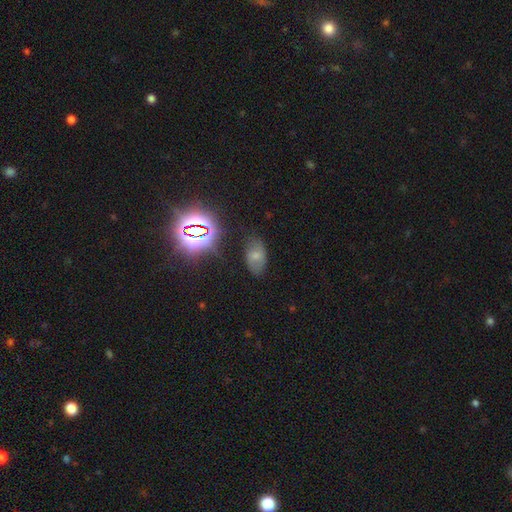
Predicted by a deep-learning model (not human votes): Q: Smooth or featured?
A: smooth (59%); runner-up: star or artifact (20%)
Q: How rounded?
A: in between (91%); runner-up: round (7%)
Q: Merging?
A: none (70%); runner-up: minor disturbance (21%)